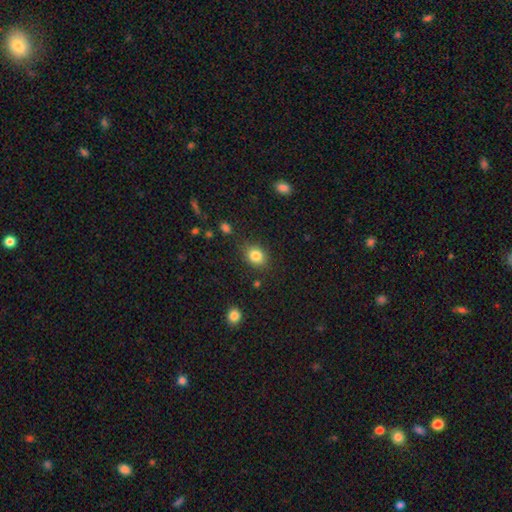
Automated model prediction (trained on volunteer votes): Smooth or featured? Predicted: smooth (p=0.84). How rounded? Predicted: in between (p=0.52). Merging? Predicted: none (p=0.81).